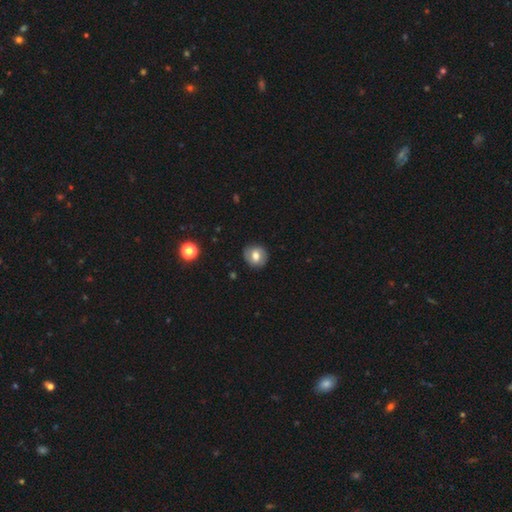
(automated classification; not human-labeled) Smooth or featured: smooth — 62% (featured or disk — 29%)
How rounded: round — 81% (in between — 18%)
Merging: none — 87% (minor disturbance — 9%)